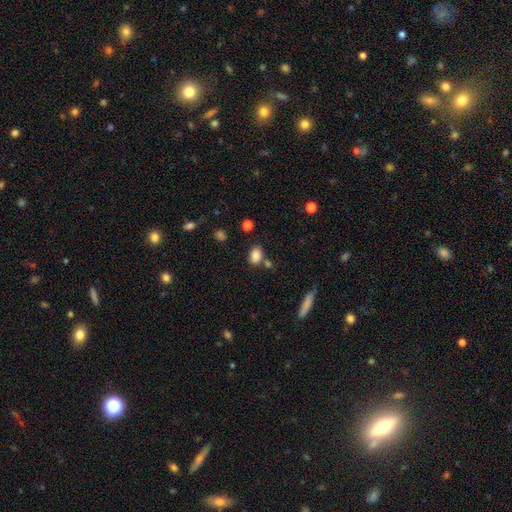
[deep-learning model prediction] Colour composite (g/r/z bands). It shows a smooth galaxy with no disk features (84%) that is in between round and cigar-shaped (76%). Merging: none (69%).